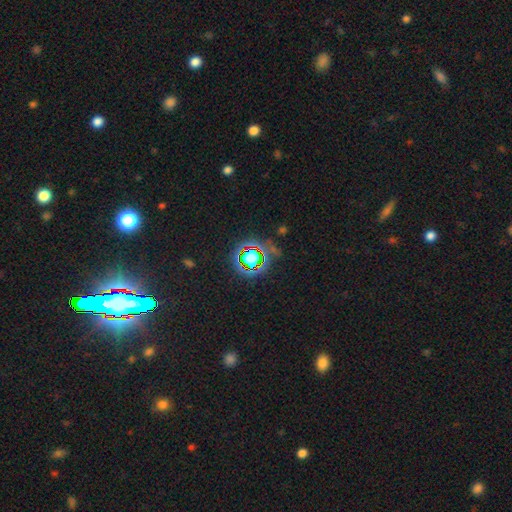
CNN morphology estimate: star or artifact 79%, smooth 12%, featured or disk 9%.